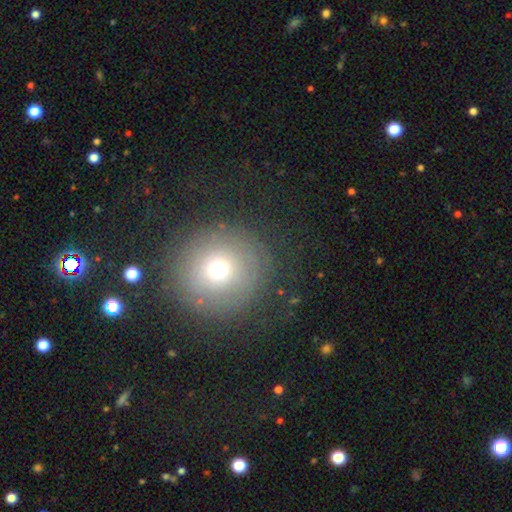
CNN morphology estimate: Smooth or featured: smooth — 64% (star or artifact — 20%)
How rounded: round — 94% (in between — 5%)
Merging: none — 83% (minor disturbance — 8%)